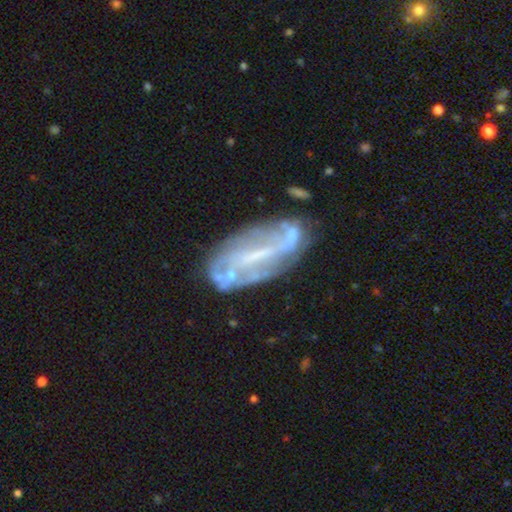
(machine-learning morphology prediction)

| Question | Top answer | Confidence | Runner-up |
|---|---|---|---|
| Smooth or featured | featured or disk | 75% | smooth (16%) |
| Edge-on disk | no | 90% | yes (10%) |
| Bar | strong | 45% | weak (33%) |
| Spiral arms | yes | 66% | no (34%) |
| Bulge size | small | 42% | none (38%) |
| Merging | none | 55% | minor disturbance (23%) |